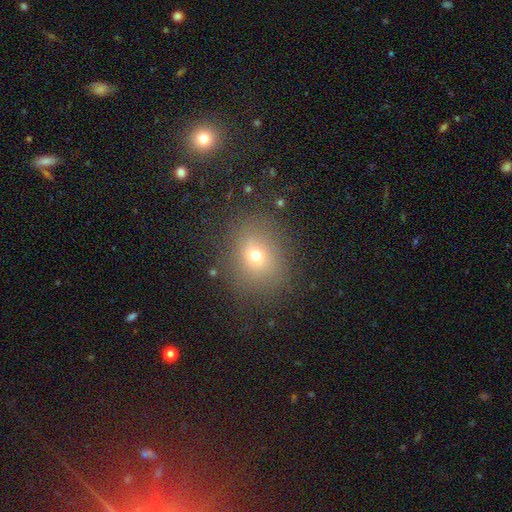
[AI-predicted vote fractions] Smooth or featured? Predicted: smooth (p=0.67). How rounded? Predicted: round (p=0.74). Merging? Predicted: none (p=0.83).